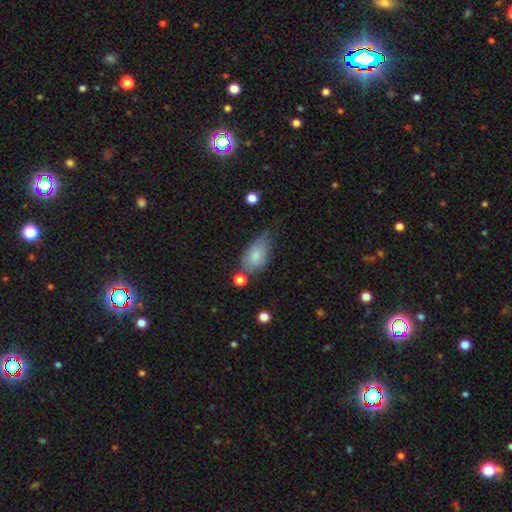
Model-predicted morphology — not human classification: type=smooth (77%); roundness=in between (89%); merging=none (45%).